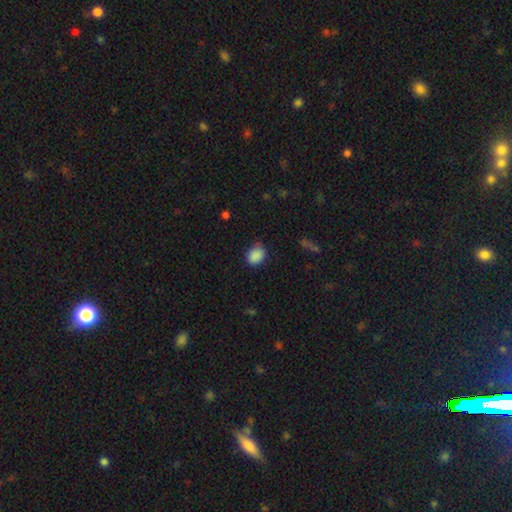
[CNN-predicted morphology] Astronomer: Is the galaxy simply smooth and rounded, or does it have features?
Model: smooth — 88%.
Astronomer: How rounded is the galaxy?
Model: in between — 54% (runner-up: round, 45%).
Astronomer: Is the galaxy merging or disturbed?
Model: none — 78%.